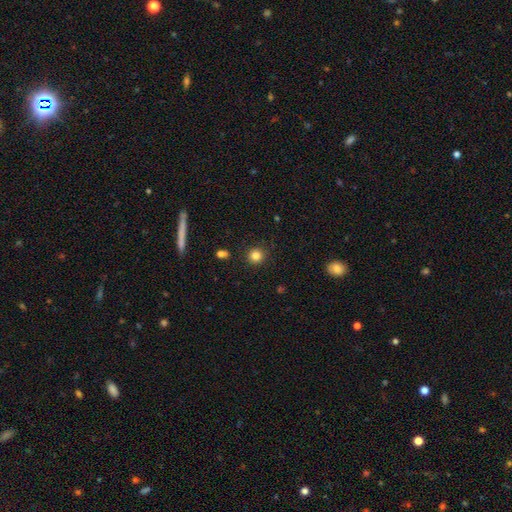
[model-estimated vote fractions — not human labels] Smooth or featured: smooth — 82% (star or artifact — 12%)
How rounded: round — 92% (in between — 7%)
Merging: none — 90% (minor disturbance — 6%)